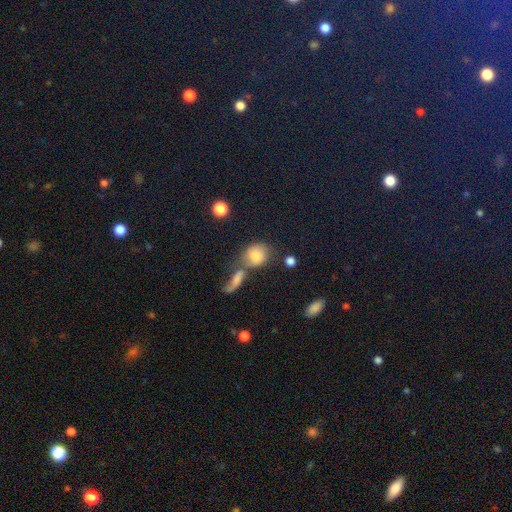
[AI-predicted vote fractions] smooth 75%, featured or disk 14%, star or artifact 11%. Down the decision tree: how rounded — round (58%); merging — none (40%).